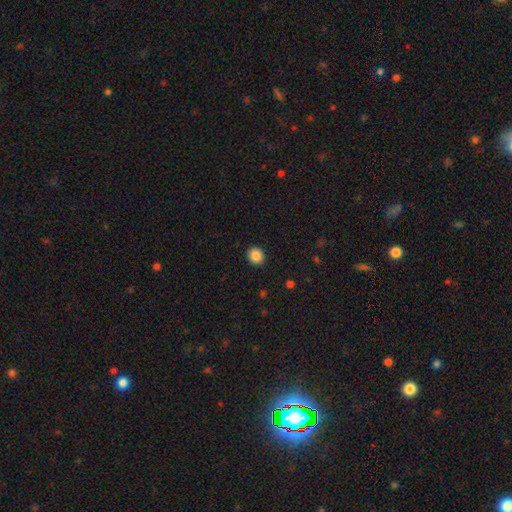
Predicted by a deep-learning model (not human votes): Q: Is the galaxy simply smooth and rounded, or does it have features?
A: smooth — 87%.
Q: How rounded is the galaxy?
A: round — 89%.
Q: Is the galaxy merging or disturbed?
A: none — 92%.